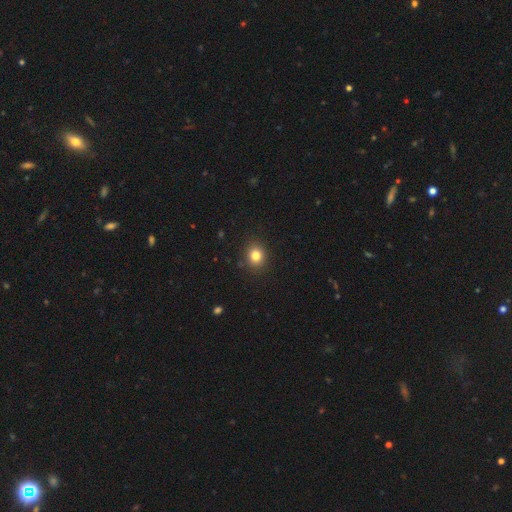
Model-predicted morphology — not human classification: Overall: smooth (81%). How rounded: round (70%). Merging: none (89%).